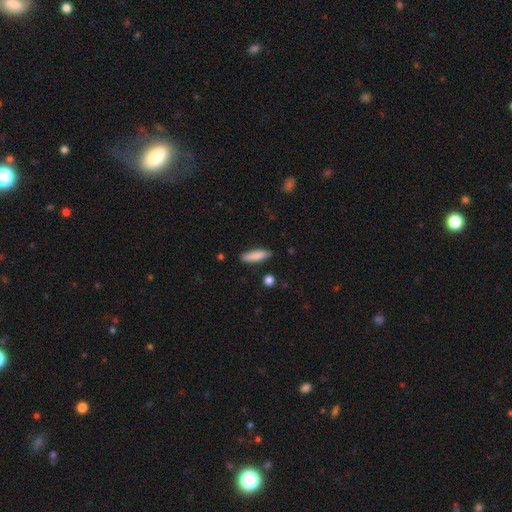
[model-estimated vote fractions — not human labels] Overall: smooth (85%). How rounded: cigar-shaped (66%; in between 32%). Merging: none (85%).